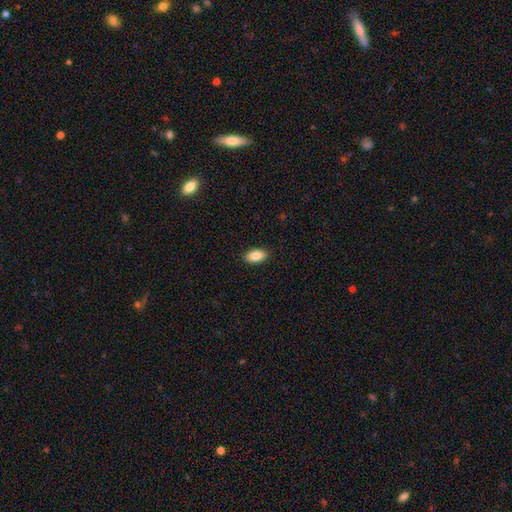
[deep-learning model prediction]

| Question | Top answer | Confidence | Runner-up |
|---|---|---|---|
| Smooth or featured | smooth | 88% | star or artifact (7%) |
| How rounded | in between | 93% | cigar-shaped (4%) |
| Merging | none | 90% | minor disturbance (7%) |